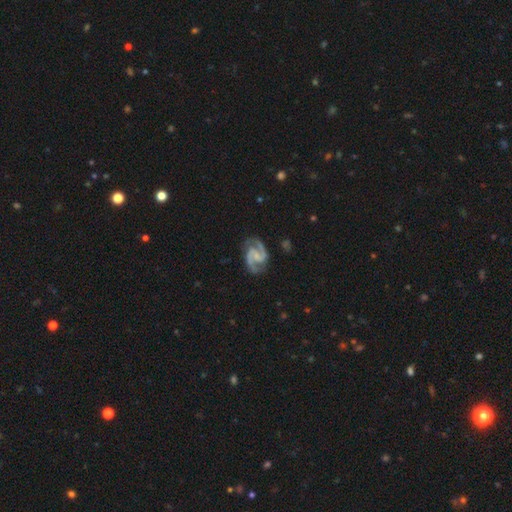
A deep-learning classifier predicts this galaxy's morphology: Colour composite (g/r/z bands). It shows a featured or disk galaxy (93%) with a weak bar (47%), 2 (94%) medium (63%) spiral arms (98%) and a small central bulge (50%). Merging: none (82%).